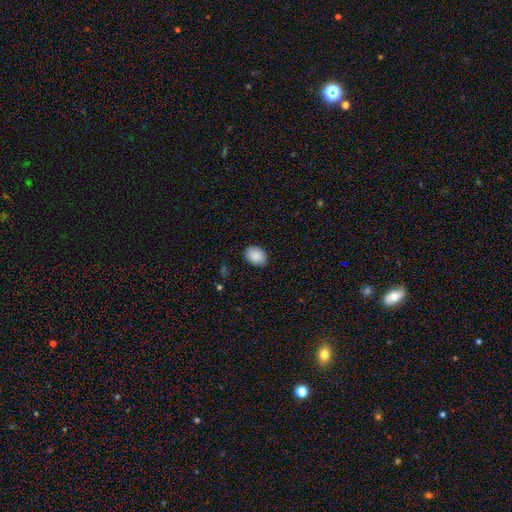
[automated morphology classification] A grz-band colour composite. It shows a smooth galaxy with no disk features (89%) that is in between round and cigar-shaped (69%). Merging: none (82%).